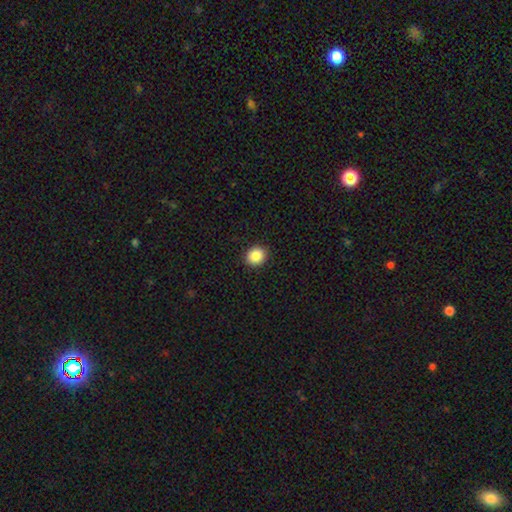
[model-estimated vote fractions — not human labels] Smooth or featured?
  - smooth: 87% *
  - star or artifact: 9%
  - featured or disk: 4%
How rounded?
  - round: 78% *
  - in between: 21%
  - cigar-shaped: 1%
Merging?
  - none: 91% *
  - minor disturbance: 6%
  - major disturbance: 2%
  - merger: 1%